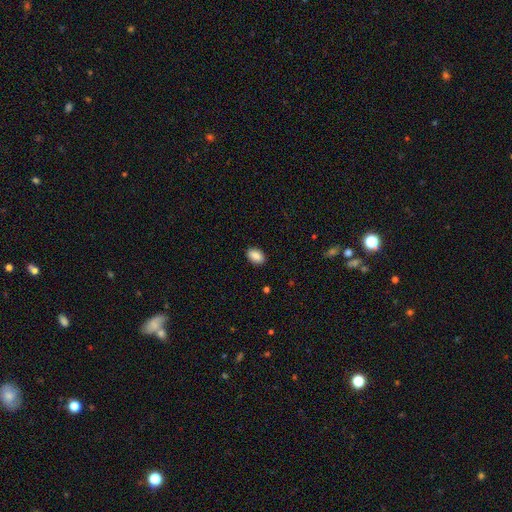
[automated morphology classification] Overall: smooth (87%). How rounded: in between (88%). Merging: none (89%).